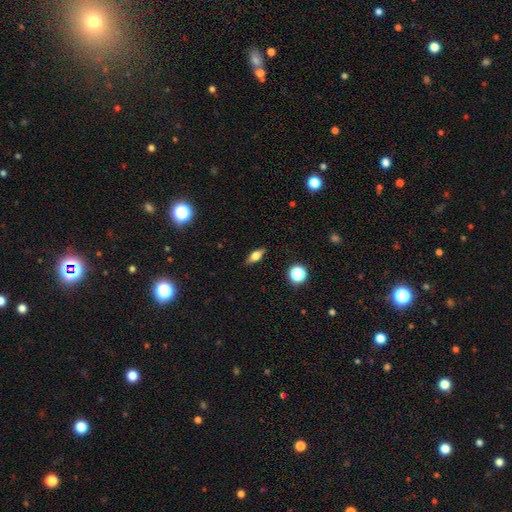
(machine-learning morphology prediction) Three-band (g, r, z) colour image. It shows a smooth galaxy with no disk features (51%) that is in between round and cigar-shaped (61%). Merging: none (87%).